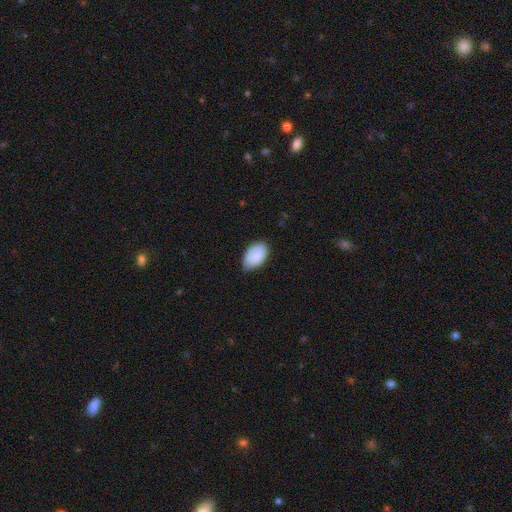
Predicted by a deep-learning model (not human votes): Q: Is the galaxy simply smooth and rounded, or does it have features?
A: smooth — 85%.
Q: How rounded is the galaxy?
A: in between — 93%.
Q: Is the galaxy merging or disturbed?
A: none — 62%.